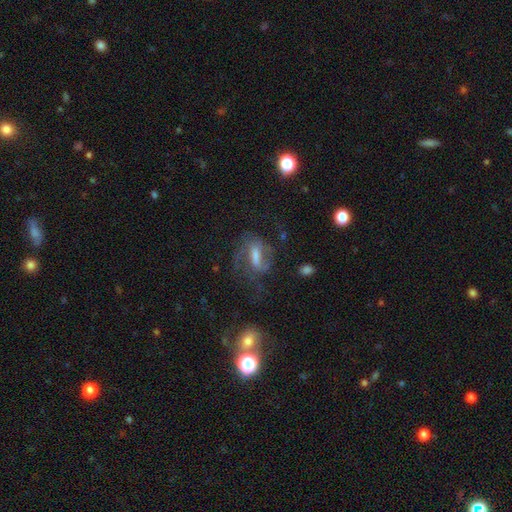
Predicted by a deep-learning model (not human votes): Overall: featured or disk (69%). Edge-on disk: no (92%). Bar: strong (45%; weak 40%). Spiral arms: yes (87%). Spiral arm count: 2 (65%). Spiral winding: medium (50%; loose 26%). Bulge size: moderate (38%; small 26%). Merging: none (55%; major disturbance 23%).